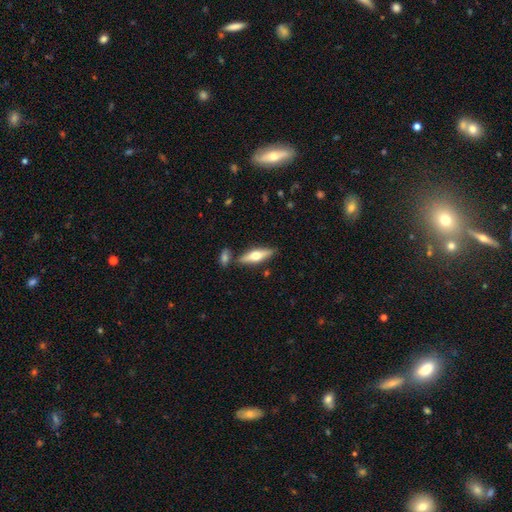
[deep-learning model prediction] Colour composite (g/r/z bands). It shows a featured or disk galaxy (51%) viewed edge-on (92%). Merging: none (80%).